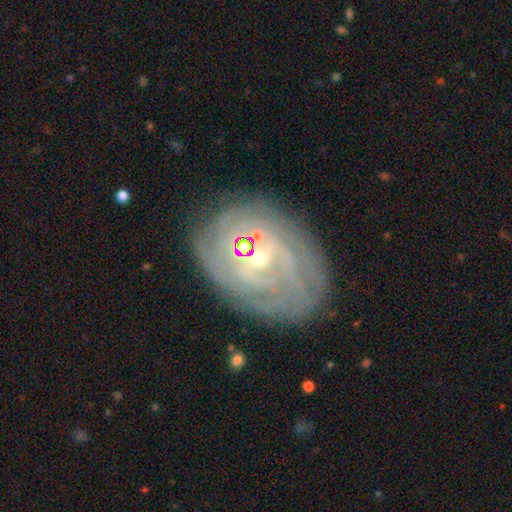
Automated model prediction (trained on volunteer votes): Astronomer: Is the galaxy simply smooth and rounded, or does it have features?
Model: featured or disk — 78%.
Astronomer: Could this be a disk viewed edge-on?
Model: no — 96%.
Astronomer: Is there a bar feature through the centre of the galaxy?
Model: no — 51% (runner-up: weak, 36%).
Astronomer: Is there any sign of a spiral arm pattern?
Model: yes — 87%.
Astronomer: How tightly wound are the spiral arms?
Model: tight — 79%.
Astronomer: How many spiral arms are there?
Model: can't tell — 46%.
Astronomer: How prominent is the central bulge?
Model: small — 59% (runner-up: moderate, 35%).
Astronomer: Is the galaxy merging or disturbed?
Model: none — 72%.